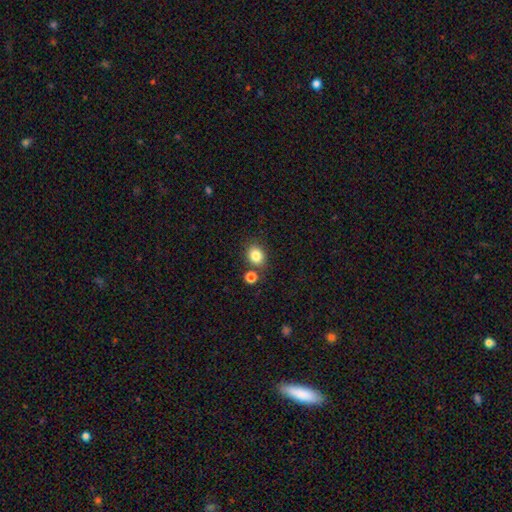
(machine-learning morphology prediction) Overall: smooth (83%). How rounded: round (66%; in between 33%). Merging: none (75%).